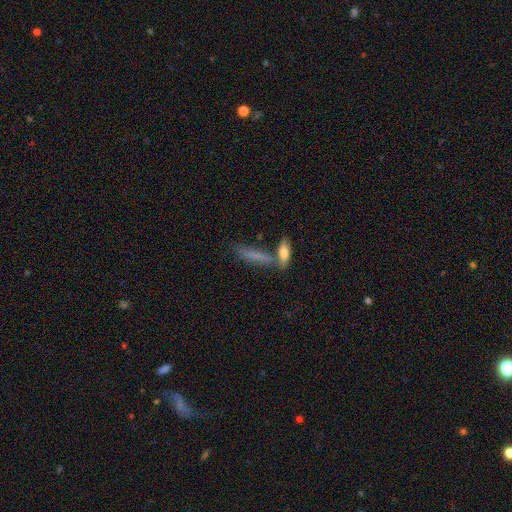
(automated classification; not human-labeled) A smooth galaxy with no disk features (69%) that is cigar-shaped (75%). Merging: none (55%).